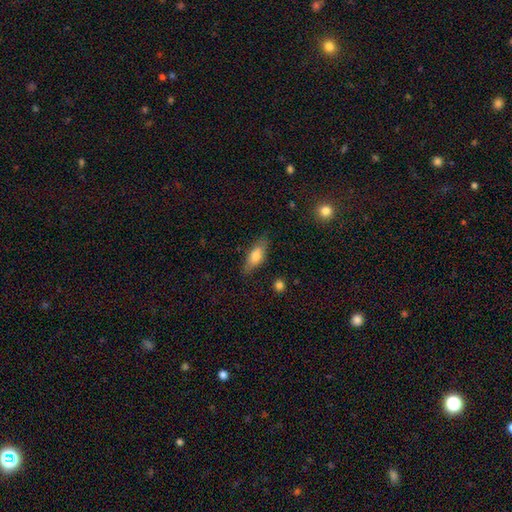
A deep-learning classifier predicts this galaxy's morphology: The model was most divided on "how rounded": in between: 71%, cigar-shaped: 26%, round: 3%. More confident: merging — none (76%); smooth or featured — smooth (70%).